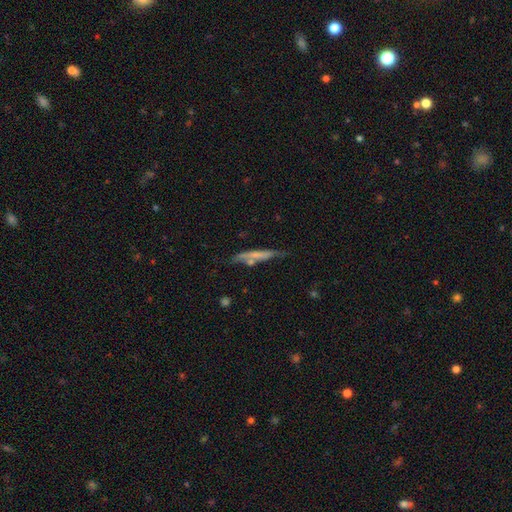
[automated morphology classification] Smooth or featured?
  - smooth: 49% *
  - featured or disk: 44%
  - star or artifact: 7%
Merging?
  - none: 58% *
  - minor disturbance: 23%
  - merger: 11%
  - major disturbance: 7%